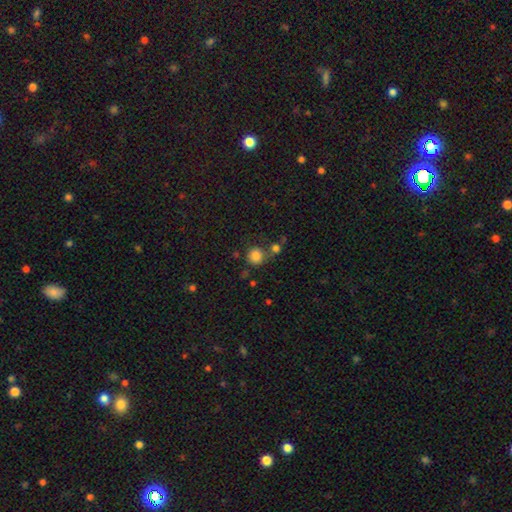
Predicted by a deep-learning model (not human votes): smooth_or_featured: smooth (p=0.83) [alt: star or artifact p=0.12]
how_rounded: round (p=0.91) [alt: in between p=0.09]
merging: none (p=0.66) [alt: merger p=0.18]